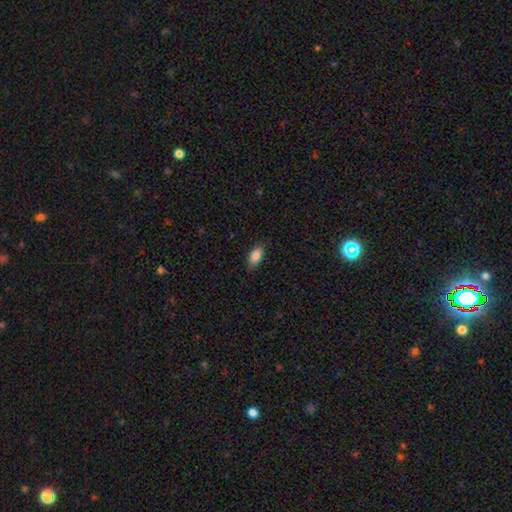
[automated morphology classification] Smooth or featured?
  - smooth: 87% *
  - star or artifact: 7%
  - featured or disk: 5%
How rounded?
  - in between: 91% *
  - cigar-shaped: 5%
  - round: 4%
Merging?
  - none: 84% *
  - minor disturbance: 12%
  - major disturbance: 3%
  - merger: 1%